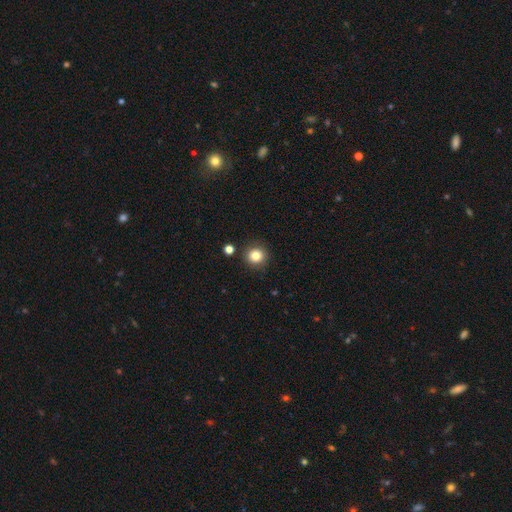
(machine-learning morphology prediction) smooth-or-featured: smooth: 81% | star or artifact: 12% | featured or disk: 7%
  how-rounded: round: 92% | in between: 7% | cigar-shaped: 1%
  merging: none: 88% | minor disturbance: 7% | merger: 3% | major disturbance: 2%